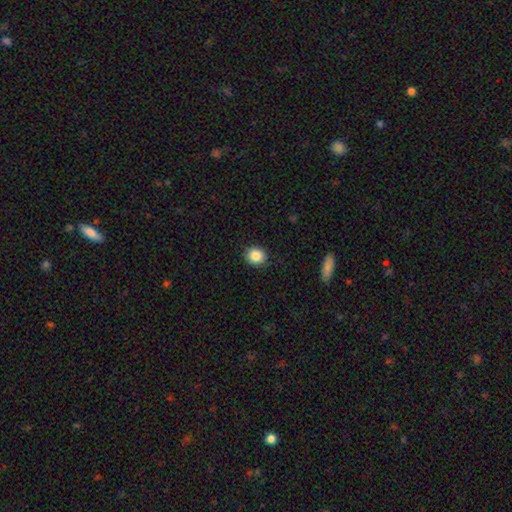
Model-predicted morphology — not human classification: smooth 87%, star or artifact 9%, featured or disk 4%. Down the decision tree: how rounded — round (78%); merging — none (89%).